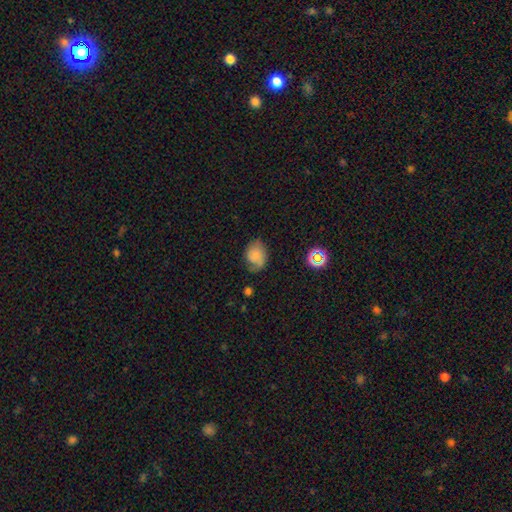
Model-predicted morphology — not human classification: smooth-or-featured: smooth: 62% | featured or disk: 26% | star or artifact: 11%
  how-rounded: in between: 56% | round: 43% | cigar-shaped: 1%
  merging: none: 52% | minor disturbance: 33% | major disturbance: 13% | merger: 2%